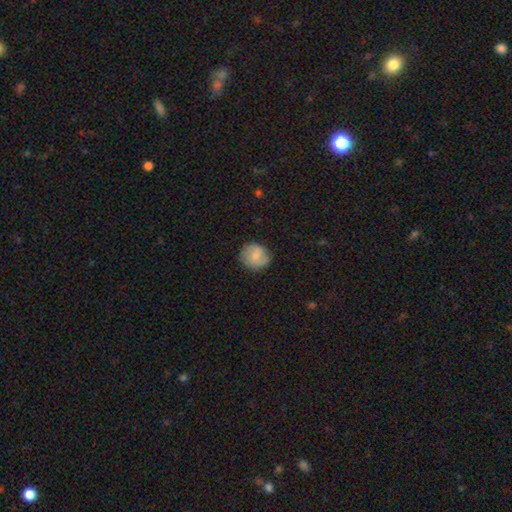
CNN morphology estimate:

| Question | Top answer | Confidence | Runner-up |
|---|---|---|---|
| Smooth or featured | smooth | 68% | featured or disk (25%) |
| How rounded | round | 87% | in between (12%) |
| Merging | none | 80% | minor disturbance (15%) |